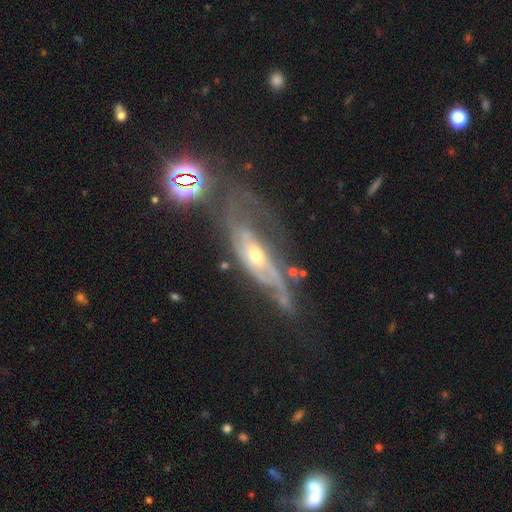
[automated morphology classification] The model was most divided on "spiral winding": medium: 39%, tight: 38%, loose: 23%. Remaining: spiral arms — yes (86%); edge-on disk — no (82%); smooth or featured — featured or disk (81%); bar — no (59%); bulge size — moderate (54%); spiral arm count — 2 (45%); merging — none (41%).